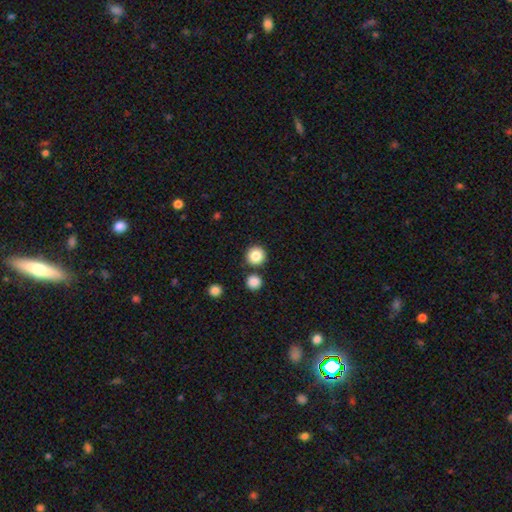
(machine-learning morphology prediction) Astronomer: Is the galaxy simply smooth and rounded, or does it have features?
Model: smooth — 85%.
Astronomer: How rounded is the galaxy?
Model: round — 94%.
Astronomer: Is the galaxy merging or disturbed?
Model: none — 85%.